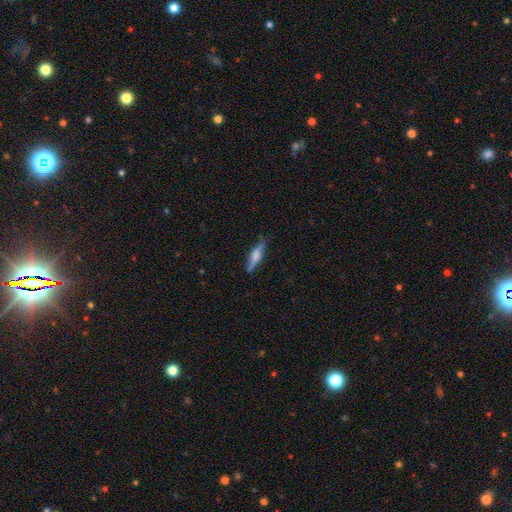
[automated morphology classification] Smooth or featured? smooth (47%)
Merging? none (79%)